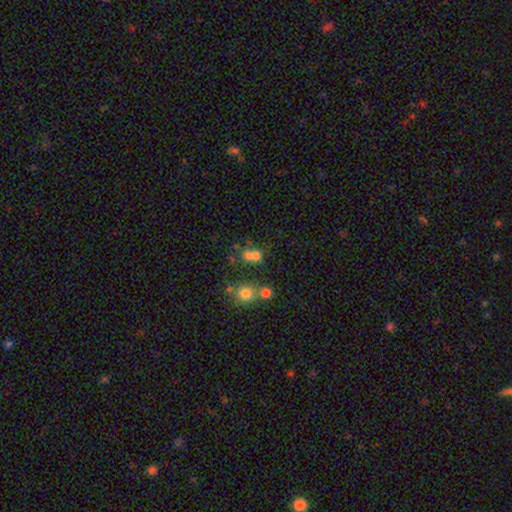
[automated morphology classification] Smooth or featured? Predicted: smooth (p=0.66). How rounded? Predicted: round (p=0.79). Merging? Predicted: merger (p=0.47).